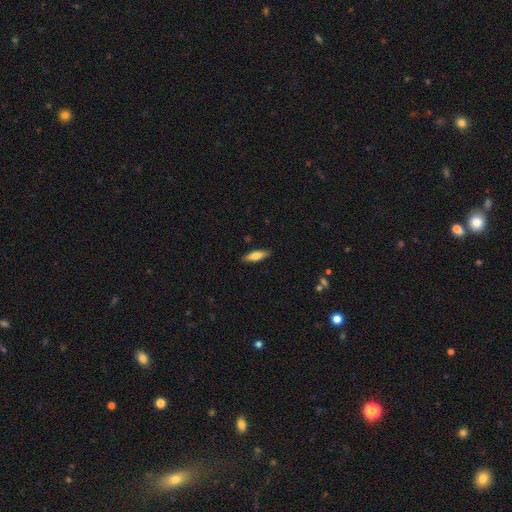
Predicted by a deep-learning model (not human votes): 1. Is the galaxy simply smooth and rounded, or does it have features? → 71% smooth, 23% featured or disk, 6% star or artifact.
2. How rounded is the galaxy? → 53% cigar-shaped, 45% in between, 2% round.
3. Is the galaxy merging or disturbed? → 88% none, 9% minor disturbance, 2% major disturbance, 1% merger.